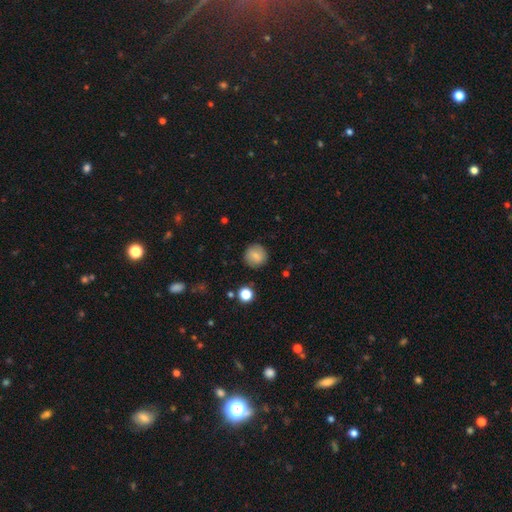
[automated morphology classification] Smooth or featured?
  - smooth: 80% *
  - featured or disk: 11%
  - star or artifact: 9%
How rounded?
  - round: 93% *
  - in between: 6%
  - cigar-shaped: 1%
Merging?
  - none: 88% *
  - minor disturbance: 8%
  - major disturbance: 2%
  - merger: 1%